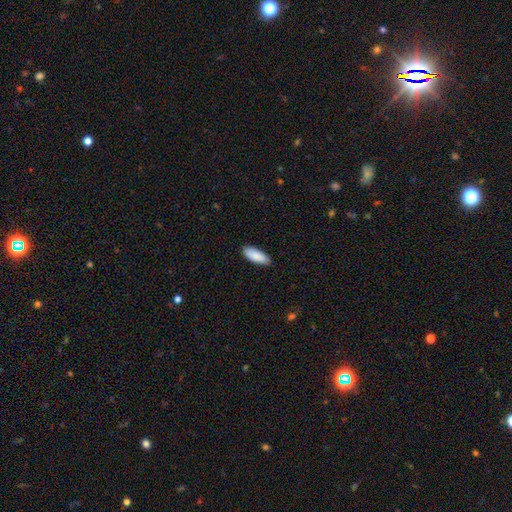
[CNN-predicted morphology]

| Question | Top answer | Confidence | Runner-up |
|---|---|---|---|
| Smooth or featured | smooth | 89% | star or artifact (5%) |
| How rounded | in between | 73% | cigar-shaped (25%) |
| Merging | none | 87% | minor disturbance (10%) |